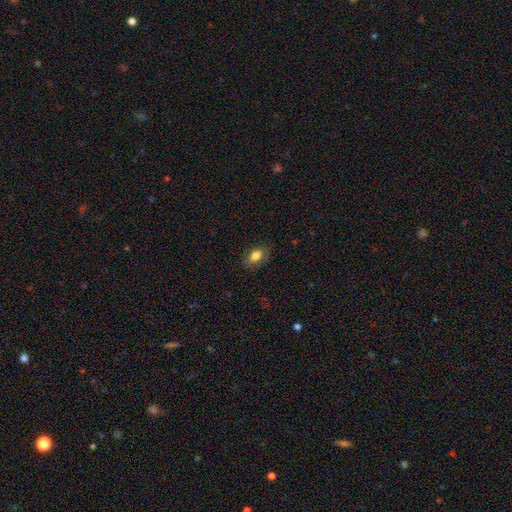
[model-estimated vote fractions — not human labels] Smooth or featured? smooth (82%)
How rounded? in between (85%)
Merging? none (83%)